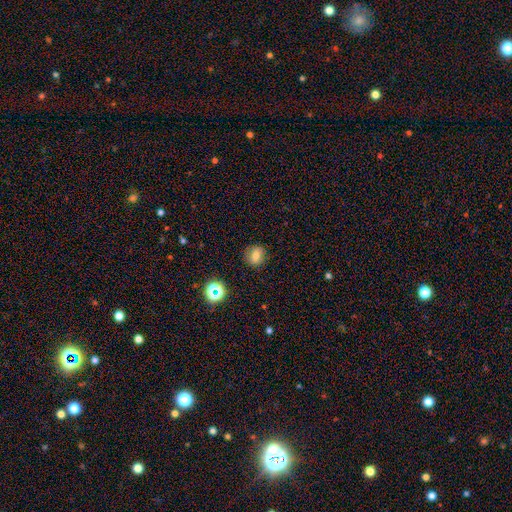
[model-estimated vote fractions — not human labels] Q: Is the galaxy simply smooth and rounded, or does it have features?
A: smooth — 73%.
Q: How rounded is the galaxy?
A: round — 75%.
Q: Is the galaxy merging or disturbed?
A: none — 87%.